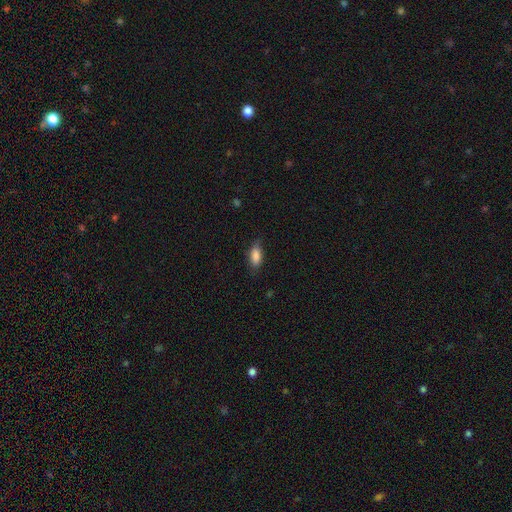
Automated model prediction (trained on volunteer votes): This appears to be a smooth galaxy with no disk features (86%) that is in between round and cigar-shaped (85%). Merging: none (74%).